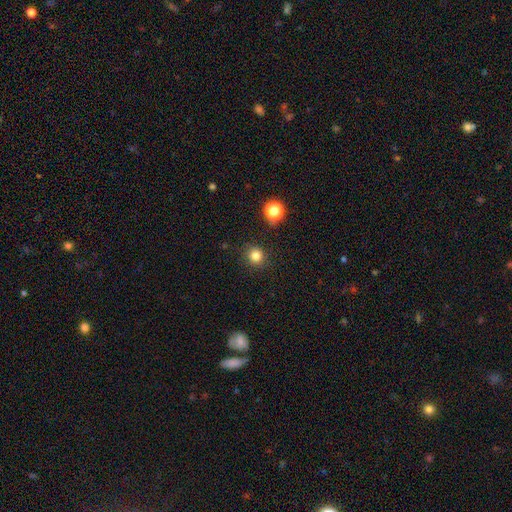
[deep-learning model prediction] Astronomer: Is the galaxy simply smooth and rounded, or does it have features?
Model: smooth — 82%.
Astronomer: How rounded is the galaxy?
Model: round — 91%.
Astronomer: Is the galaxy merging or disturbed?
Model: none — 89%.